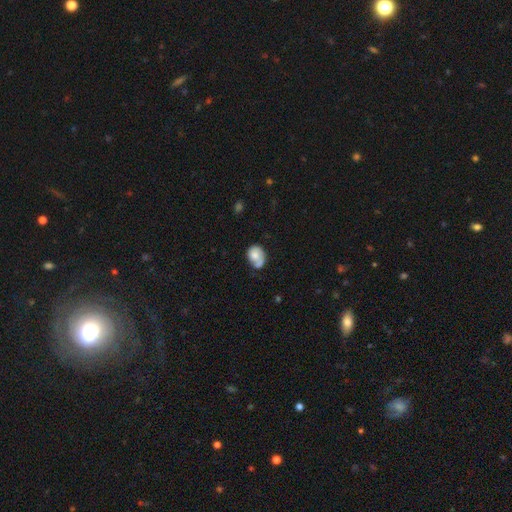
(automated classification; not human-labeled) Smooth or featured: smooth — 65% (featured or disk — 28%)
How rounded: in between — 50% (round — 49%)
Merging: none — 38% (minor disturbance — 25%)